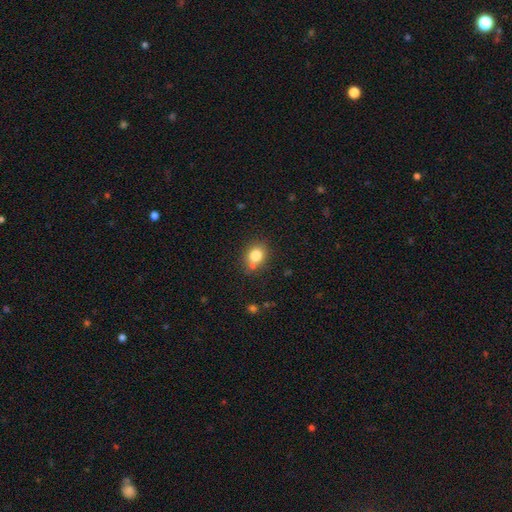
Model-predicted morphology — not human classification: A smooth galaxy with no disk features (80%) that is round (62%).

Vote fractions:
- Smooth or featured? smooth: 80% / star or artifact: 11% / featured or disk: 9%
- How rounded? round: 62% / in between: 37% / cigar-shaped: 1%
- Merging? none: 67% / merger: 15% / minor disturbance: 14% / major disturbance: 4%